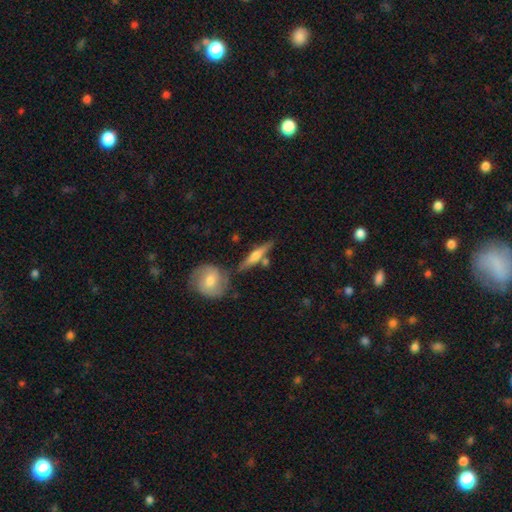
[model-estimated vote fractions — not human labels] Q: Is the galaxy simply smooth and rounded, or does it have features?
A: featured or disk — 56%.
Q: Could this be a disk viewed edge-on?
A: yes — 91%.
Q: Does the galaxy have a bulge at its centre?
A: rounded — 81%.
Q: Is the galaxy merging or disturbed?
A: none — 71%.